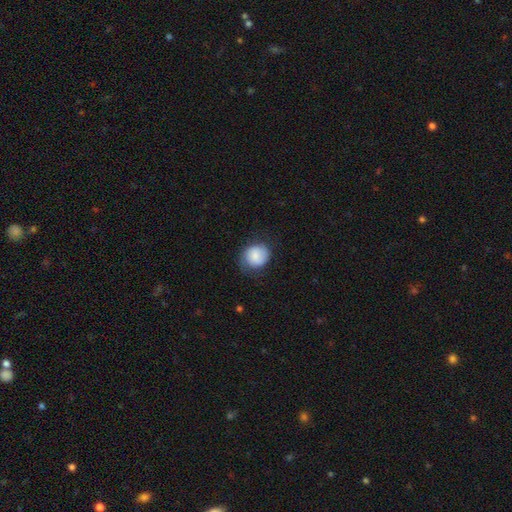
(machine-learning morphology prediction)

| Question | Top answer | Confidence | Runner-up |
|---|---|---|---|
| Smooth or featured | smooth | 78% | featured or disk (15%) |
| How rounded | round | 75% | in between (24%) |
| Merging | none | 69% | minor disturbance (22%) |